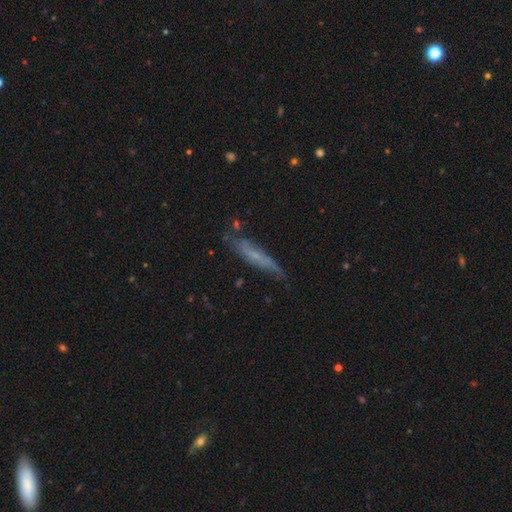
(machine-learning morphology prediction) Smooth or featured? featured or disk (49%)
Merging? none (62%)